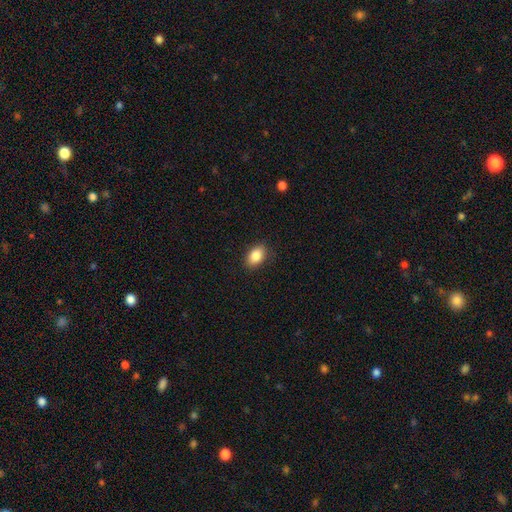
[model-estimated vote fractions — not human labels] Overall: smooth (87%). How rounded: in between (86%). Merging: none (88%).